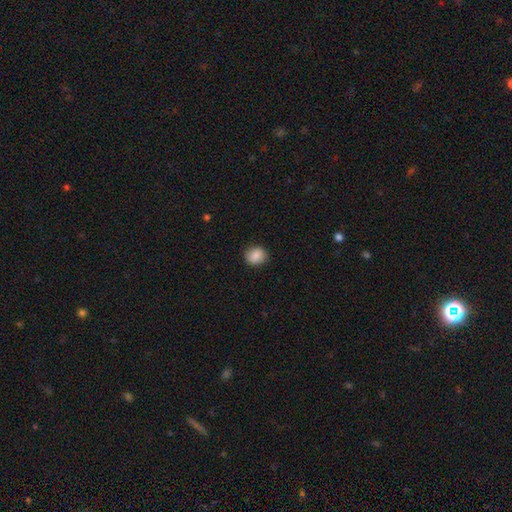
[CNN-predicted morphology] This is clearly a smooth galaxy (87%). How rounded: likely round (70%). Merging: clearly none (87%).